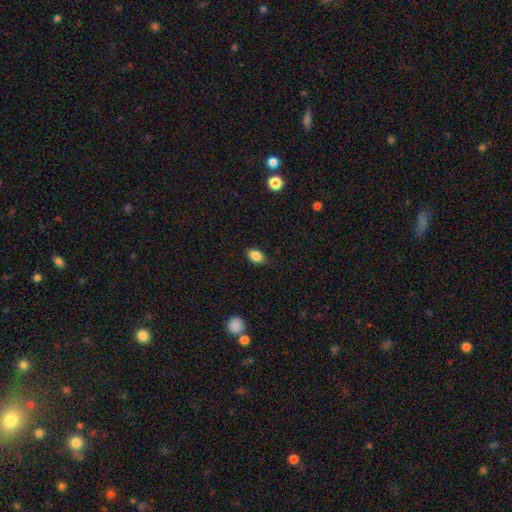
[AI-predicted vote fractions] Smooth or featured?
  - smooth: 85% *
  - star or artifact: 9%
  - featured or disk: 6%
How rounded?
  - in between: 86% *
  - round: 12%
  - cigar-shaped: 2%
Merging?
  - none: 84% *
  - minor disturbance: 13%
  - major disturbance: 2%
  - merger: 1%